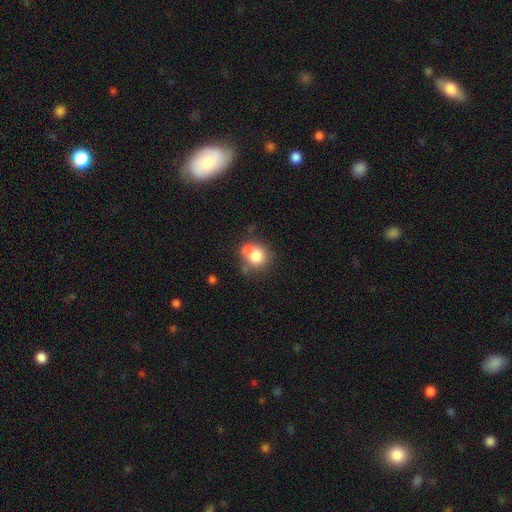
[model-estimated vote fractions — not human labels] A smooth galaxy with no disk features (72%) that is round (74%). Merging: merger (42%).